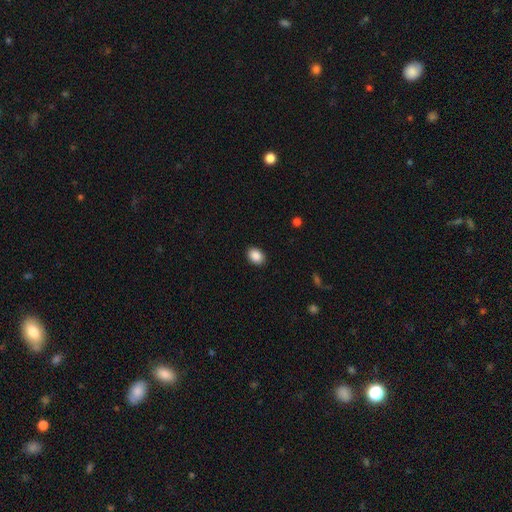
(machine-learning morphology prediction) smooth 89%, star or artifact 8%, featured or disk 3%. Down the decision tree: how rounded — in between (74%); merging — none (90%).